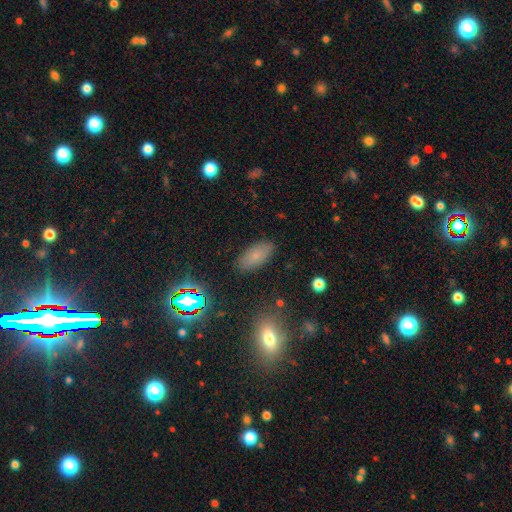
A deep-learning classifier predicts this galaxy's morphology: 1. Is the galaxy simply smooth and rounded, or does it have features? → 76% smooth, 14% star or artifact, 10% featured or disk.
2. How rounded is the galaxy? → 89% in between, 8% cigar-shaped, 3% round.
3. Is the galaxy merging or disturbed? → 86% none, 10% minor disturbance, 3% major disturbance, 2% merger.